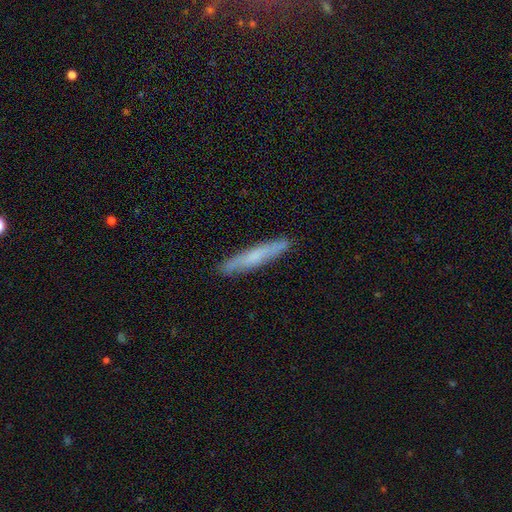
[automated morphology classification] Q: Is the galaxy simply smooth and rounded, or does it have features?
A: smooth — 56%.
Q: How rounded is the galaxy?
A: cigar-shaped — 94%.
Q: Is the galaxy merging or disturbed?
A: none — 89%.